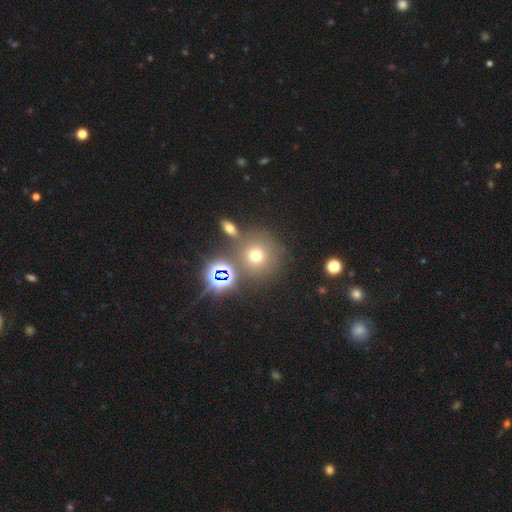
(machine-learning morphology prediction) Smooth or featured: smooth — 62% (star or artifact — 26%)
How rounded: round — 91% (in between — 8%)
Merging: none — 73% (merger — 13%)